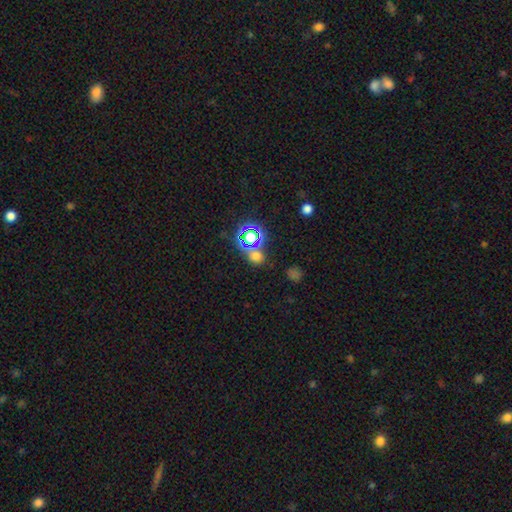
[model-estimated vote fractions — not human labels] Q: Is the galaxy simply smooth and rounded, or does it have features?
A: smooth — 51%.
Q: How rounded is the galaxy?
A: round — 70%.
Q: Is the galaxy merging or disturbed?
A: none — 67%.